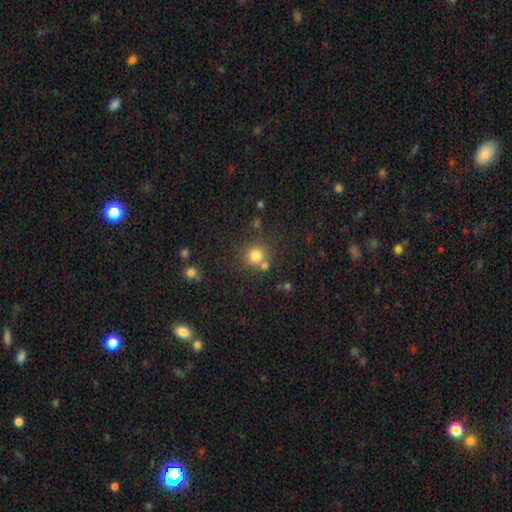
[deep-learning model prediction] A smooth galaxy with no disk features (78%) that is round (87%). Merging: none (71%).